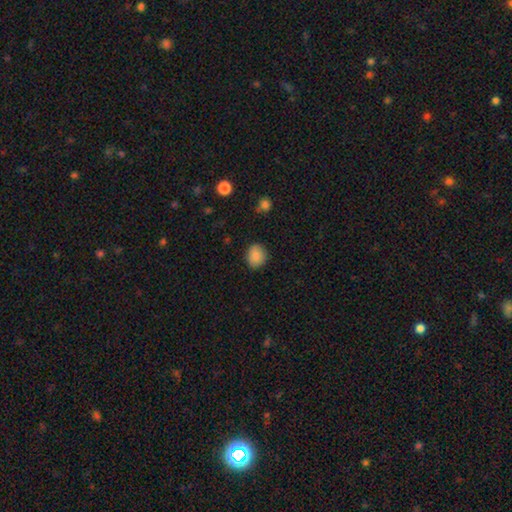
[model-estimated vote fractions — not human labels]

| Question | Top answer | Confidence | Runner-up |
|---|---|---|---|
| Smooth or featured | smooth | 87% | star or artifact (8%) |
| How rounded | round | 63% | in between (36%) |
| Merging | none | 85% | minor disturbance (12%) |